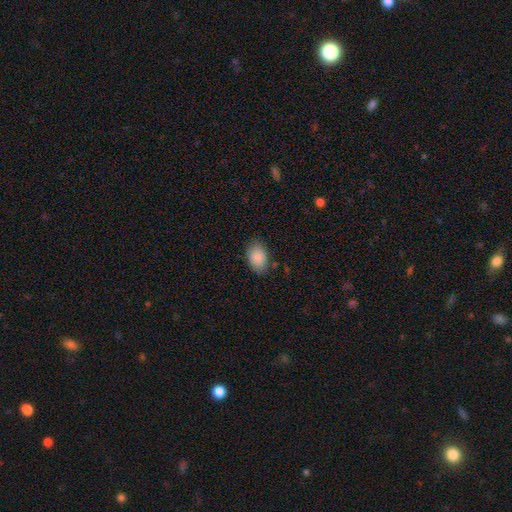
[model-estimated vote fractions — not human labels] Smooth or featured: smooth — 87% (star or artifact — 7%)
How rounded: in between — 84% (round — 15%)
Merging: none — 80% (minor disturbance — 15%)